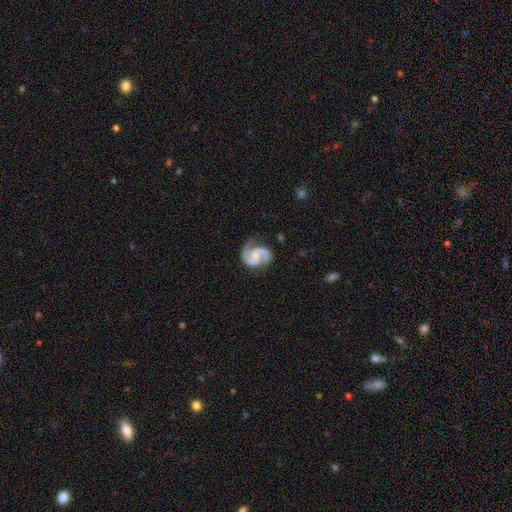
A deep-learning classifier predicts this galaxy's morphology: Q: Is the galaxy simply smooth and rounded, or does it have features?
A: featured or disk — 90%.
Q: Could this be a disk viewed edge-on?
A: no — 98%.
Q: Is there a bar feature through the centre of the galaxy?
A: no — 48%.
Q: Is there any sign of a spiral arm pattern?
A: yes — 98%.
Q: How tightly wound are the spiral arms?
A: medium — 59%.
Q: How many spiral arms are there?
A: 2 — 93%.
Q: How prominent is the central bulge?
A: small — 40%.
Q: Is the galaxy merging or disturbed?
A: none — 73%.